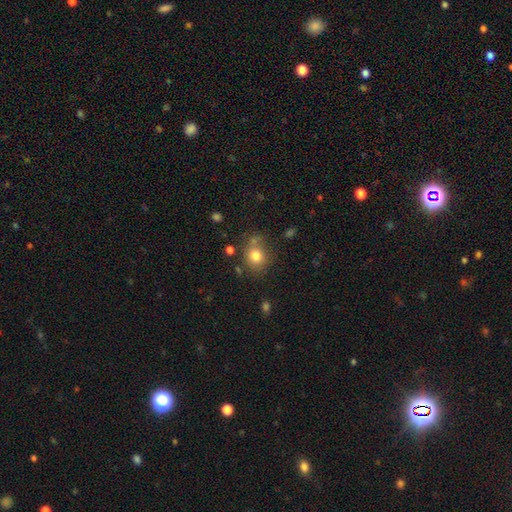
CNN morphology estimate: Q: Smooth or featured?
A: smooth (78%); runner-up: star or artifact (12%)
Q: How rounded?
A: round (75%); runner-up: in between (24%)
Q: Merging?
A: none (69%); runner-up: minor disturbance (16%)